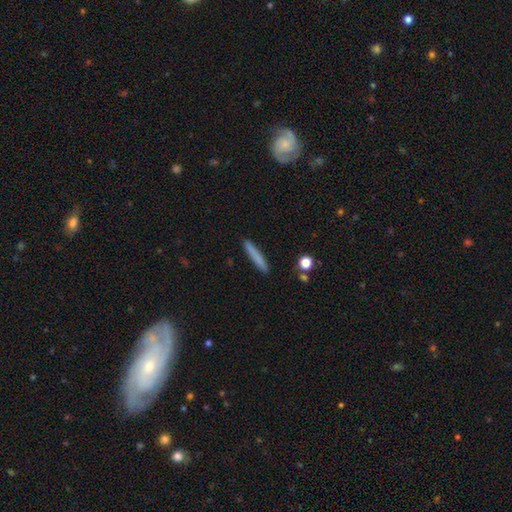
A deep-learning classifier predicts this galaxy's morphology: This appears to be a smooth galaxy with no disk features (78%) that is cigar-shaped (95%). Merging: none (91%).